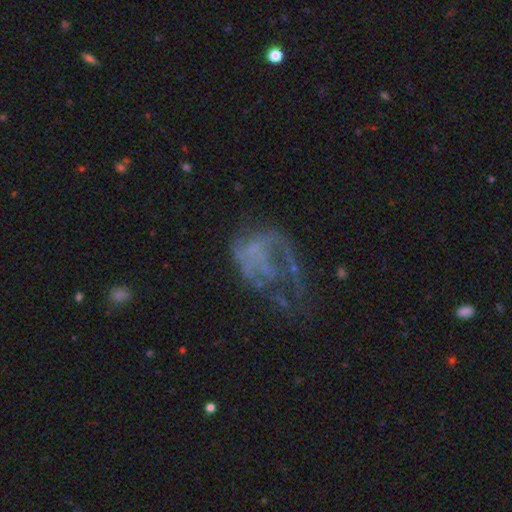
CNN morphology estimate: type=featured or disk (65%); edge-on=no (98%); bar=no (87%); spiral arms=no (66%); bulge=none (79%); merging=major disturbance (54%).